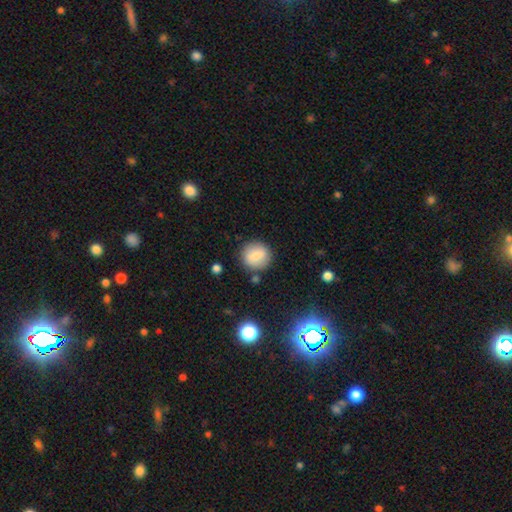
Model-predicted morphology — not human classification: smooth_or_featured: smooth (p=0.76) [alt: featured or disk p=0.15]
how_rounded: round (p=0.88) [alt: in between p=0.11]
merging: none (p=0.84) [alt: minor disturbance p=0.10]